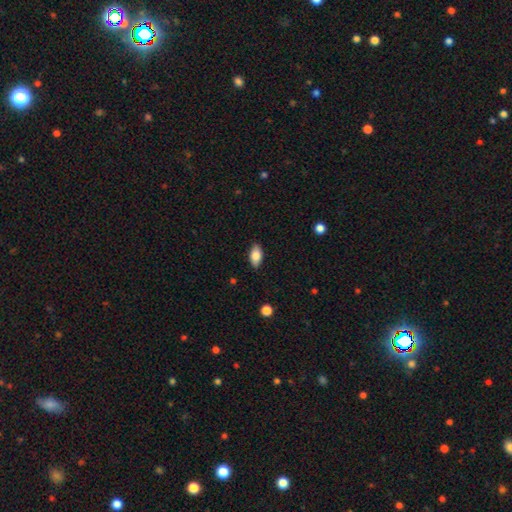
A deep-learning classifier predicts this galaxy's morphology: Q: Smooth or featured?
A: smooth (81%); runner-up: featured or disk (12%)
Q: How rounded?
A: in between (91%); runner-up: cigar-shaped (5%)
Q: Merging?
A: none (86%); runner-up: minor disturbance (11%)